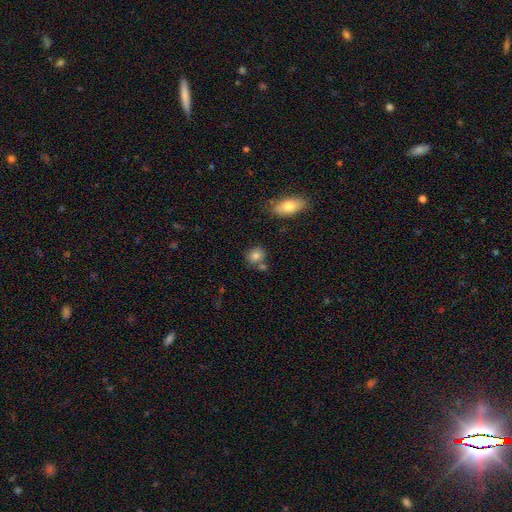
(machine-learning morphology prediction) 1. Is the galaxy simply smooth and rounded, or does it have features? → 81% smooth, 10% star or artifact, 9% featured or disk.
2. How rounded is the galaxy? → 70% round, 29% in between, 1% cigar-shaped.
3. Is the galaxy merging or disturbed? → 66% none, 18% merger, 13% minor disturbance, 3% major disturbance.